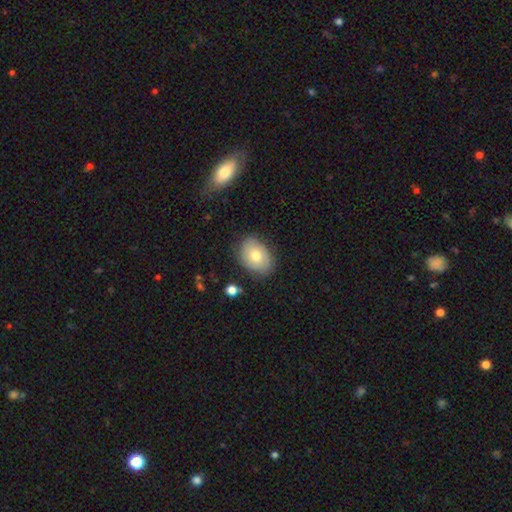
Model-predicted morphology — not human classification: smooth-or-featured: smooth: 68% | featured or disk: 24% | star or artifact: 8%
  how-rounded: in between: 74% | round: 25% | cigar-shaped: 1%
  merging: none: 78% | minor disturbance: 17% | major disturbance: 4% | merger: 2%